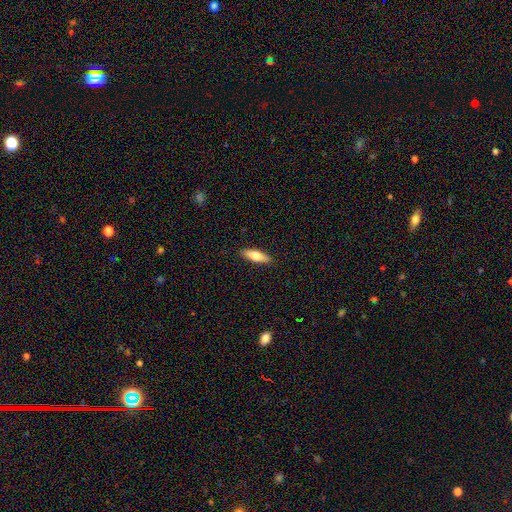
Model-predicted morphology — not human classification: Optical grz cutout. It shows a smooth galaxy with no disk features (71%) that is in between round and cigar-shaped (51%). Merging: none (90%).